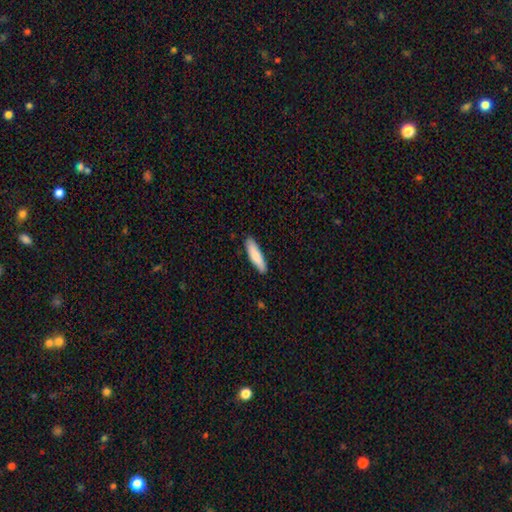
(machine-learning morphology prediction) Smooth or featured?
  - smooth: 82% *
  - featured or disk: 13%
  - star or artifact: 5%
How rounded?
  - cigar-shaped: 73% *
  - in between: 25%
  - round: 1%
Merging?
  - none: 89% *
  - minor disturbance: 9%
  - major disturbance: 2%
  - merger: 1%